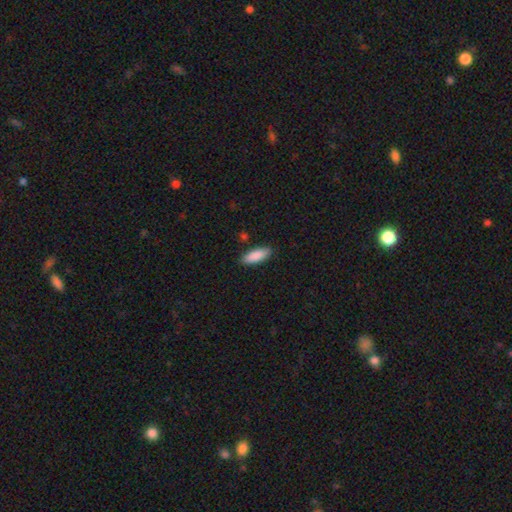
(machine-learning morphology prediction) The model was most divided on "how rounded": in between: 70%, cigar-shaped: 29%, round: 2%. More confident: smooth or featured — smooth (89%); merging — none (86%).